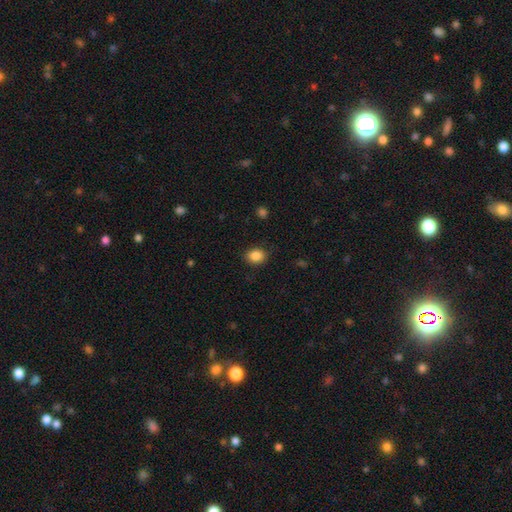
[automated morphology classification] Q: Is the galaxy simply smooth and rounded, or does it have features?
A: smooth — 86%.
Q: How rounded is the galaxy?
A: in between — 52%.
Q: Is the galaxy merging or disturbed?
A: none — 87%.